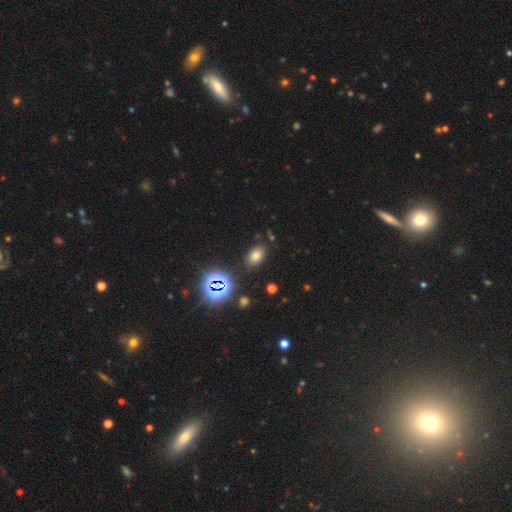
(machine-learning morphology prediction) A smooth galaxy with no disk features (68%) that is in between round and cigar-shaped (84%). Merging: none (83%).